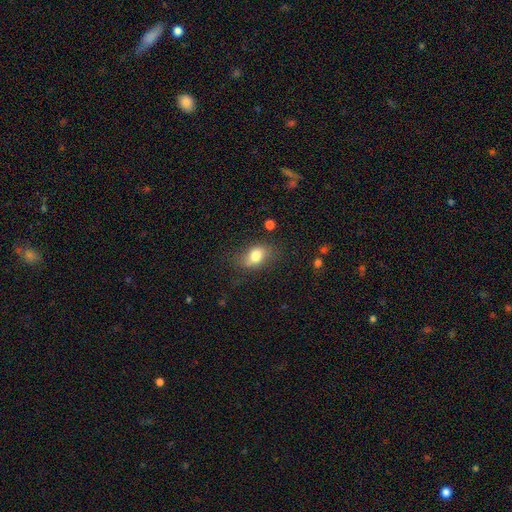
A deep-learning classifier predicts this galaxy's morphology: Overall: smooth (78%). How rounded: in between (76%). Merging: none (69%).